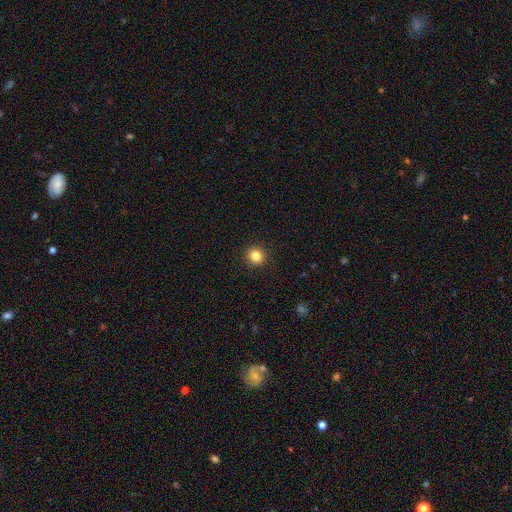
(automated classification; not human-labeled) A smooth galaxy with no disk features (84%) that is round (92%).

Vote fractions:
- Smooth or featured? smooth: 84% / star or artifact: 11% / featured or disk: 5%
- How rounded? round: 92% / in between: 7% / cigar-shaped: 1%
- Merging? none: 93% / minor disturbance: 5% / major disturbance: 2% / merger: 1%